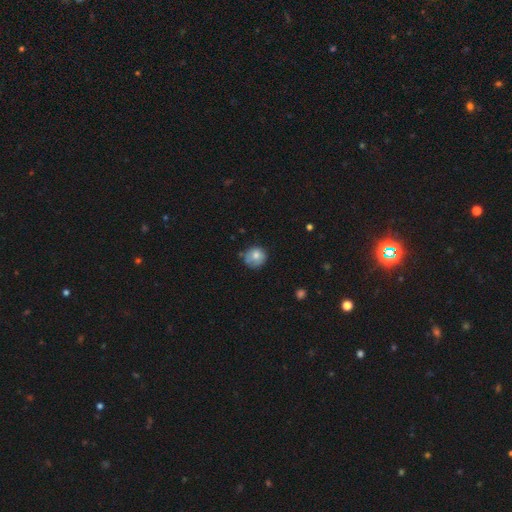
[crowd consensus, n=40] Smooth or featured?
  - smooth: 78% *
  - featured or disk: 12%
  - star or artifact: 10%
How rounded?
  - round: 84% *
  - in between: 16%
  - cigar-shaped: 0%
Merging?
  - none: 56% *
  - minor disturbance: 31%
  - major disturbance: 11%
  - merger: 3%